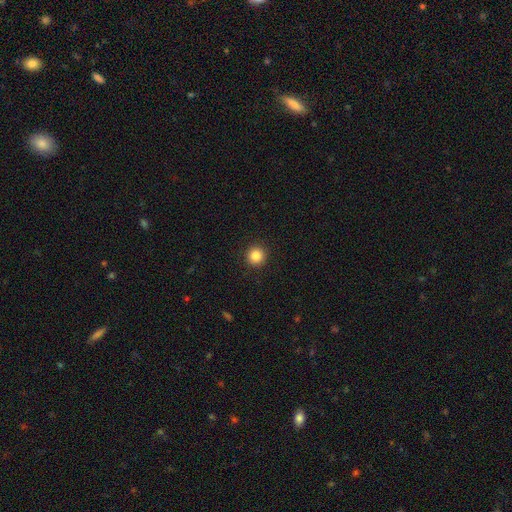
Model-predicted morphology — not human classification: Overall: smooth (86%). How rounded: round (95%). Merging: none (93%).